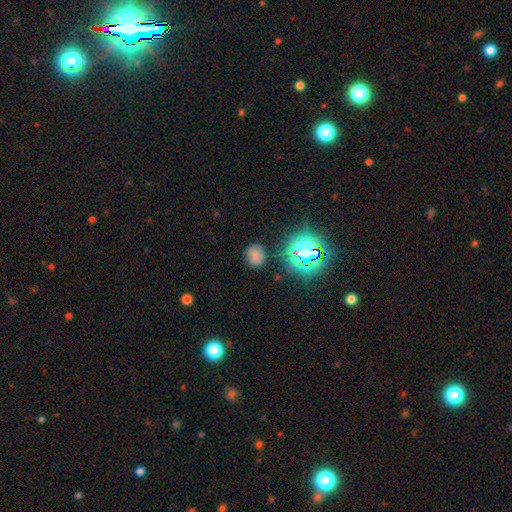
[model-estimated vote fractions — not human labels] Smooth or featured: smooth — 68% (star or artifact — 24%)
How rounded: round — 61% (in between — 38%)
Merging: none — 78% (minor disturbance — 15%)